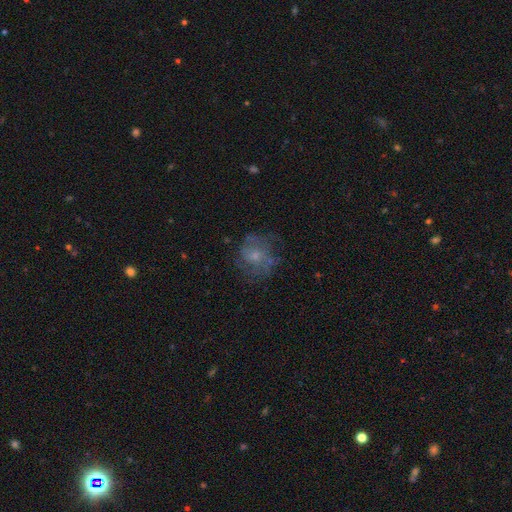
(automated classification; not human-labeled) Q: Smooth or featured?
A: featured or disk (52%); runner-up: smooth (36%)
Q: Edge-on disk?
A: no (97%); runner-up: yes (3%)
Q: Bar?
A: no (75%); runner-up: weak (22%)
Q: Spiral arms?
A: yes (62%); runner-up: no (38%)
Q: Bulge size?
A: small (54%); runner-up: moderate (33%)
Q: Merging?
A: none (61%); runner-up: minor disturbance (20%)